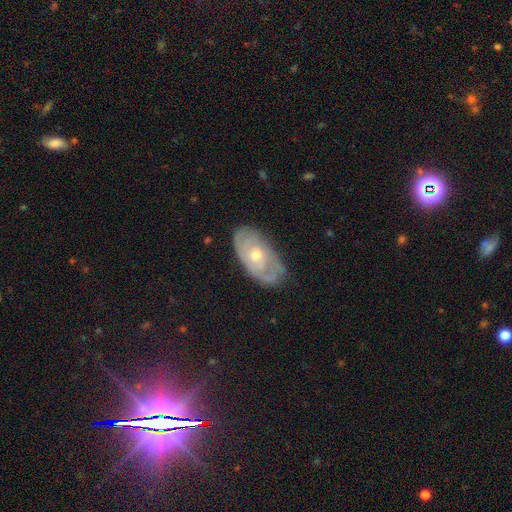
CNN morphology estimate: featured or disk 67%, smooth 26%, star or artifact 7%. Down the decision tree: edge-on disk — no (92%); bar — no (80%); spiral arms — yes (72%); bulge size — small (49%); merging — none (73%).